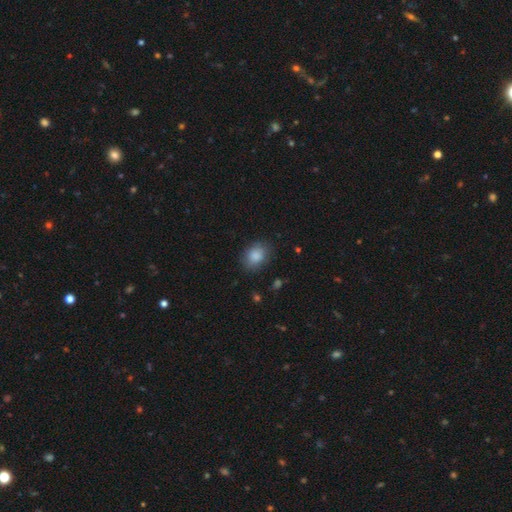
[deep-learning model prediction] smooth_or_featured: smooth (p=0.86) [alt: star or artifact p=0.08]
how_rounded: in between (p=0.56) [alt: round p=0.43]
merging: none (p=0.78) [alt: minor disturbance p=0.16]